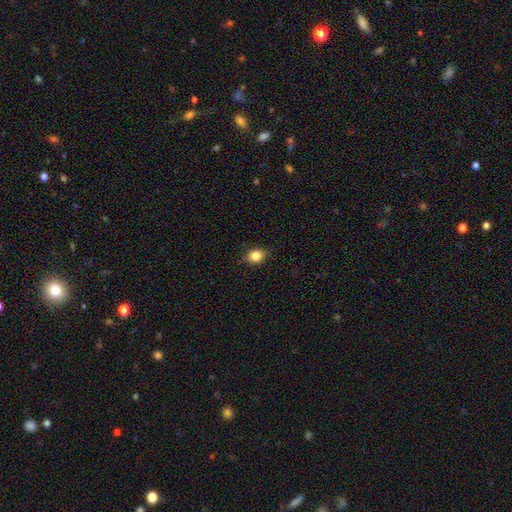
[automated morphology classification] Smooth or featured? smooth (79%)
How rounded? round (56%)
Merging? none (80%)